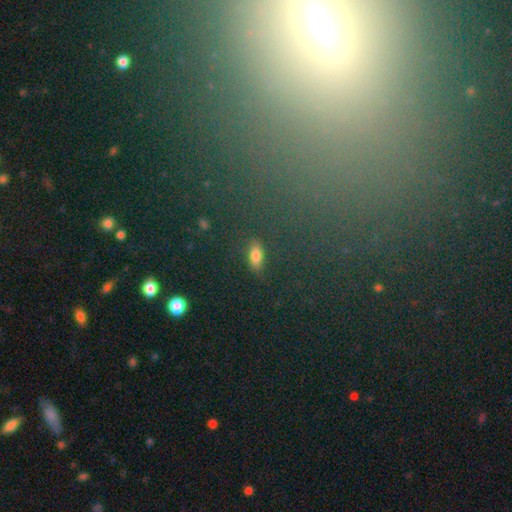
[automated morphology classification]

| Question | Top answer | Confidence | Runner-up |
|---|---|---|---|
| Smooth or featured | smooth | 77% | star or artifact (14%) |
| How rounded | in between | 84% | cigar-shaped (11%) |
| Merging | none | 83% | minor disturbance (11%) |